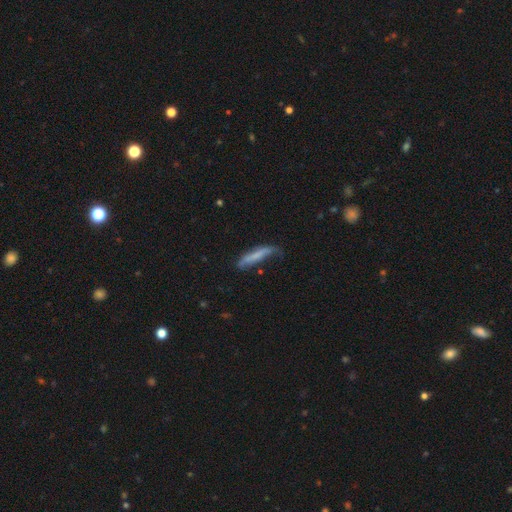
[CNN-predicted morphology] Smooth or featured? smooth (61%)
How rounded? cigar-shaped (85%)
Merging? none (43%)